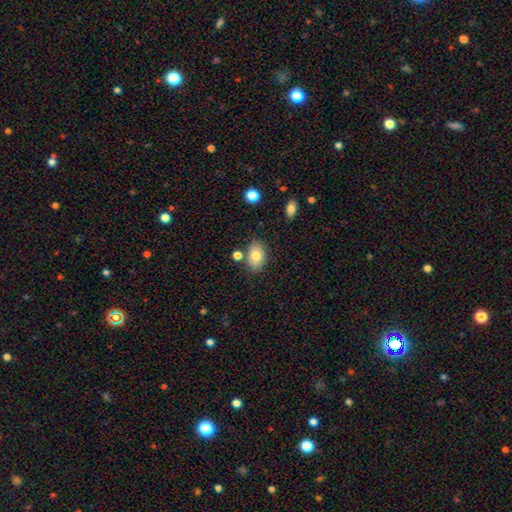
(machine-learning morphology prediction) smooth-or-featured: smooth: 78% | featured or disk: 13% | star or artifact: 9%
  how-rounded: in between: 84% | round: 15% | cigar-shaped: 1%
  merging: none: 76% | minor disturbance: 13% | merger: 8% | major disturbance: 3%